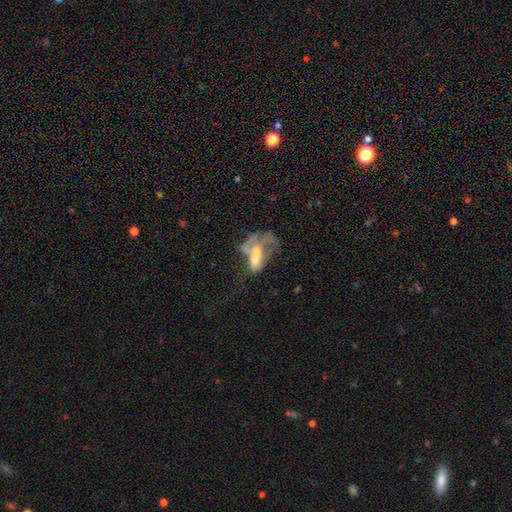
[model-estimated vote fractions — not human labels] Smooth or featured?
  - featured or disk: 54% *
  - smooth: 35%
  - star or artifact: 11%
Edge-on disk?
  - no: 94% *
  - yes: 6%
Bar?
  - no: 72% *
  - weak: 20%
  - strong: 8%
Spiral arms?
  - no: 74% *
  - yes: 26%
Bulge size?
  - moderate: 43% *
  - small: 26%
  - none: 19%
  - large: 11%
  - dominant: 2%
Merging?
  - merger: 40% *
  - major disturbance: 37%
  - none: 13%
  - minor disturbance: 10%